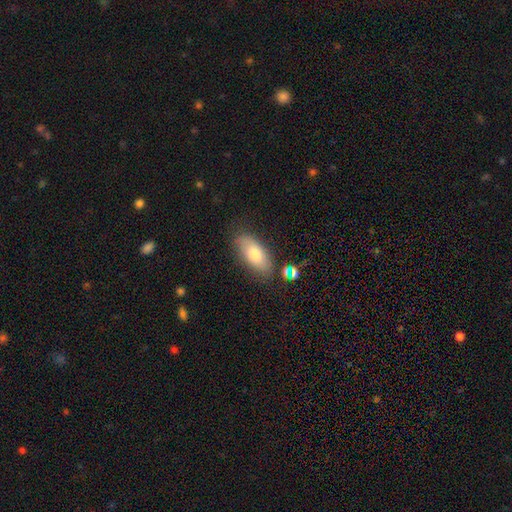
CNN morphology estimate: smooth 75%, featured or disk 18%, star or artifact 8%. Down the decision tree: how rounded — in between (88%); merging — none (76%).